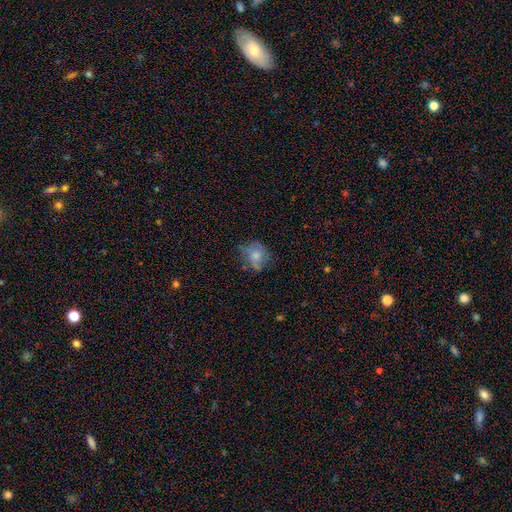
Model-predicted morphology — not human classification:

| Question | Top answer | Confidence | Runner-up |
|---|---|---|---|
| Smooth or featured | smooth | 60% | featured or disk (31%) |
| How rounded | round | 65% | in between (34%) |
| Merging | none | 55% | minor disturbance (29%) |